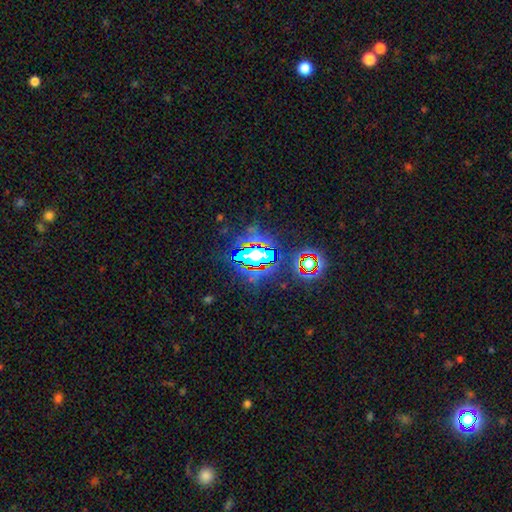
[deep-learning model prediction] Smooth or featured?
  - star or artifact: 81% *
  - smooth: 10%
  - featured or disk: 9%